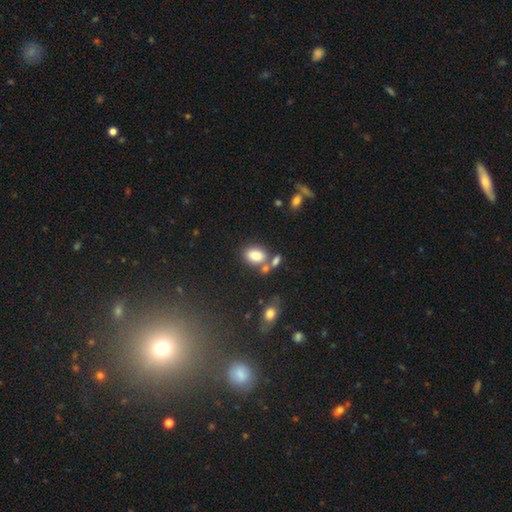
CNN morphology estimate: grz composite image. It shows a smooth galaxy with no disk features (83%) that is in between round and cigar-shaped (80%). Merging: none (54%).